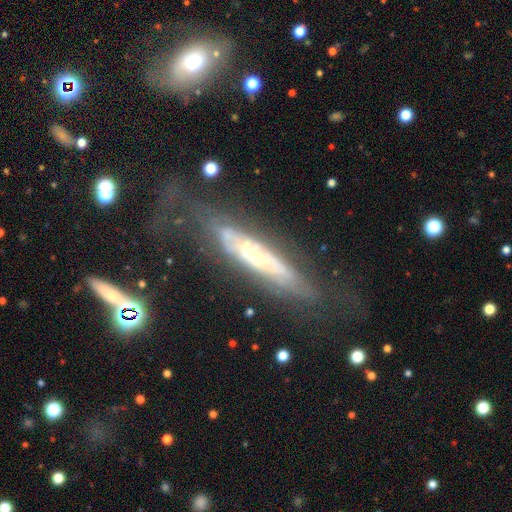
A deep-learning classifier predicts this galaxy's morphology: A featured or disk galaxy (74%).

Vote fractions:
- Smooth or featured? featured or disk: 74% / smooth: 18% / star or artifact: 8%
- Edge-on disk? no: 53% / yes: 47%
- Merging? none: 54% / minor disturbance: 24% / major disturbance: 19% / merger: 3%